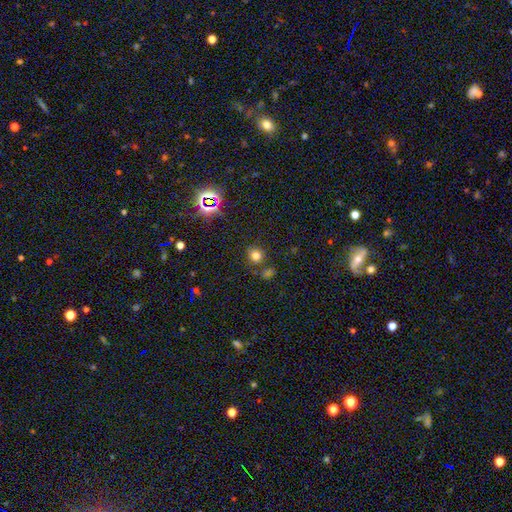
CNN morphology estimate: A smooth galaxy with no disk features (72%) that is round (86%).

Vote fractions:
- Smooth or featured? smooth: 72% / star or artifact: 21% / featured or disk: 7%
- How rounded? round: 86% / in between: 13% / cigar-shaped: 1%
- Merging? none: 77% / minor disturbance: 10% / merger: 9% / major disturbance: 4%